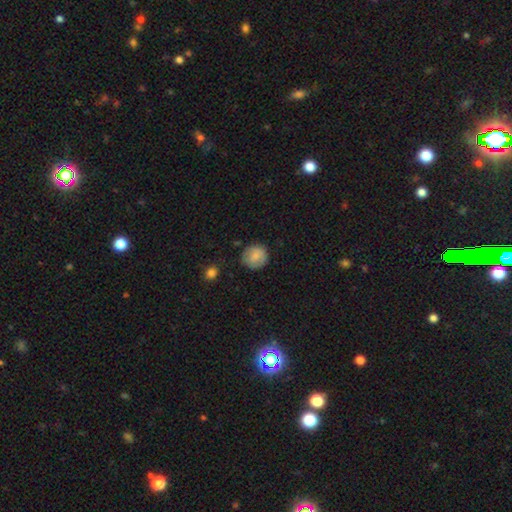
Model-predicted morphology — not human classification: smooth_or_featured: smooth (p=0.79) [alt: featured or disk p=0.13]
how_rounded: round (p=0.88) [alt: in between p=0.11]
merging: none (p=0.78) [alt: minor disturbance p=0.16]